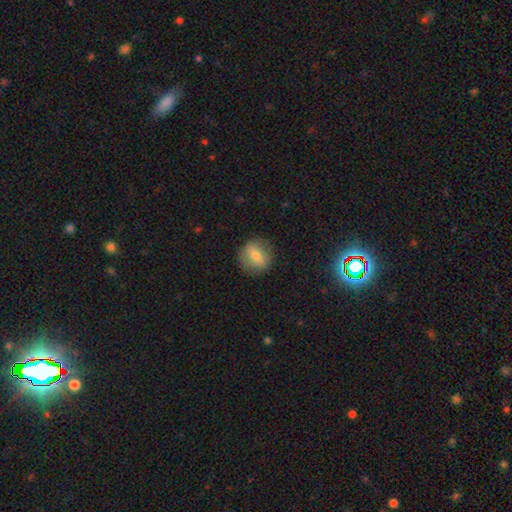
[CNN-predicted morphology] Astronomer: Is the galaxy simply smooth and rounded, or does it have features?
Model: smooth — 63%.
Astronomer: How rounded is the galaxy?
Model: round — 78%.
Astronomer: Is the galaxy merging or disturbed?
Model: none — 84%.